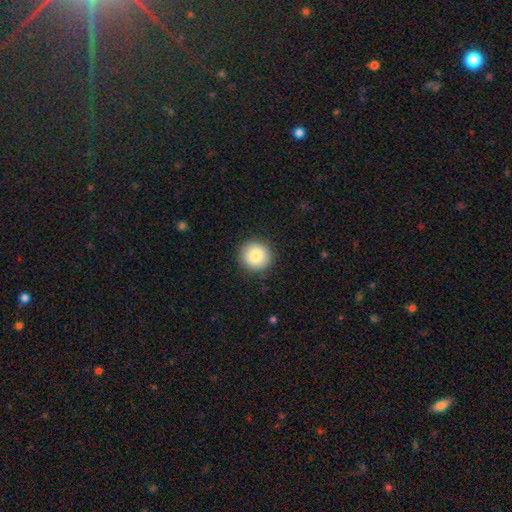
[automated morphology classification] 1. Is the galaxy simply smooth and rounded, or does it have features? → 85% smooth, 8% star or artifact, 7% featured or disk.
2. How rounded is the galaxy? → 94% round, 5% in between, 1% cigar-shaped.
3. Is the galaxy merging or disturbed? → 90% none, 7% minor disturbance, 2% major disturbance, 1% merger.